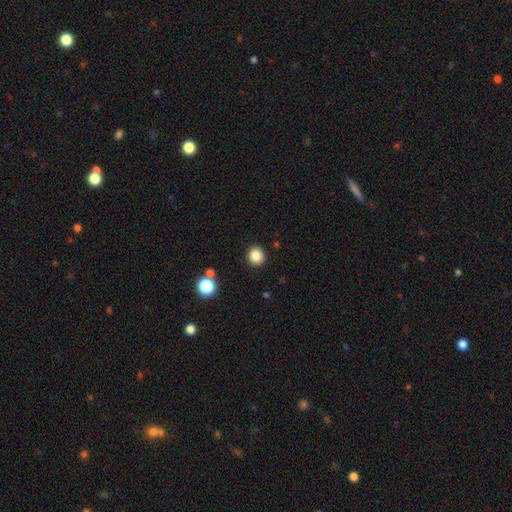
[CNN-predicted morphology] A smooth galaxy with no disk features (85%) that is round (88%).

Vote fractions:
- Smooth or featured? smooth: 85% / star or artifact: 11% / featured or disk: 4%
- How rounded? round: 88% / in between: 11% / cigar-shaped: 1%
- Merging? none: 91% / minor disturbance: 5% / major disturbance: 2% / merger: 2%